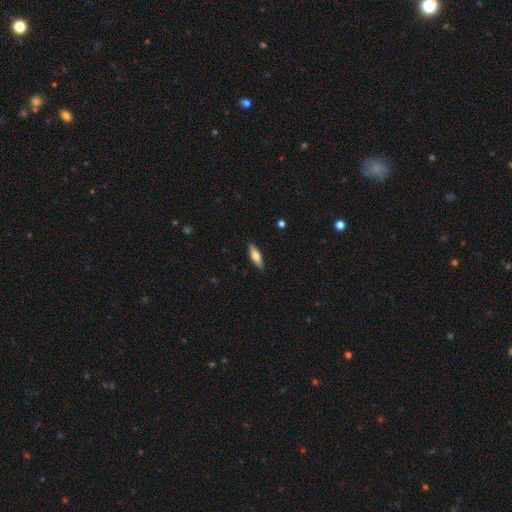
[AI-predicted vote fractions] Q: Smooth or featured?
A: smooth (68%); runner-up: featured or disk (26%)
Q: How rounded?
A: cigar-shaped (51%); runner-up: in between (47%)
Q: Merging?
A: none (89%); runner-up: minor disturbance (8%)